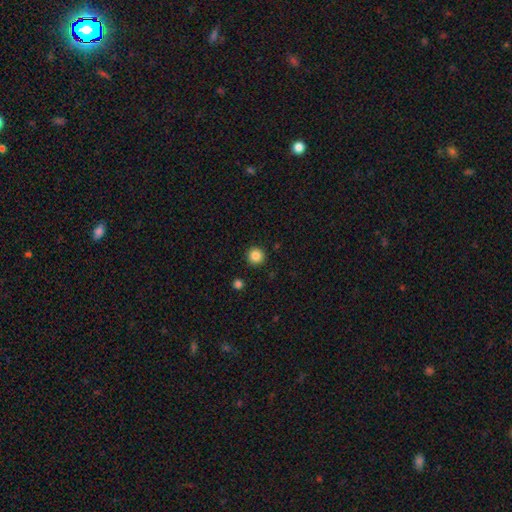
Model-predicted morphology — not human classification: smooth-or-featured: smooth: 86% | star or artifact: 11% | featured or disk: 4%
  how-rounded: round: 96% | in between: 3% | cigar-shaped: 1%
  merging: none: 92% | minor disturbance: 5% | major disturbance: 2% | merger: 2%